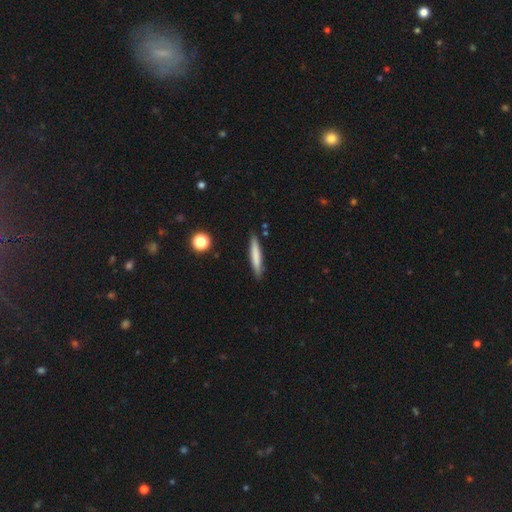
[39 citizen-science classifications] Smooth or featured? smooth (79%)
How rounded? cigar-shaped (97%)
Merging? none (97%)